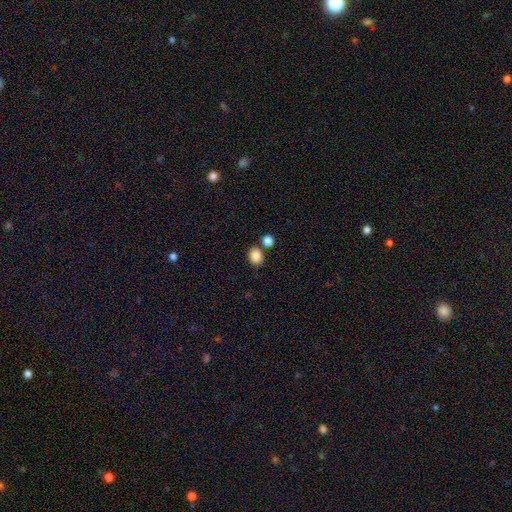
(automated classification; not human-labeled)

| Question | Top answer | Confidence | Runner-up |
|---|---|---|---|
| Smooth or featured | smooth | 85% | star or artifact (10%) |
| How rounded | round | 55% | in between (44%) |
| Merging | none | 76% | merger (12%) |